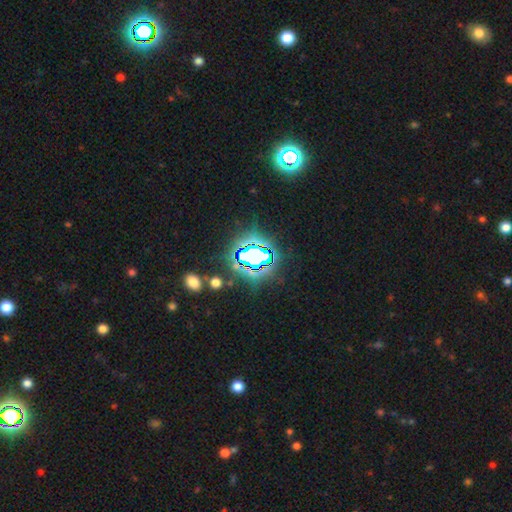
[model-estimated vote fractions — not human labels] This appears to be a star or artifact, not a galaxy (77%).